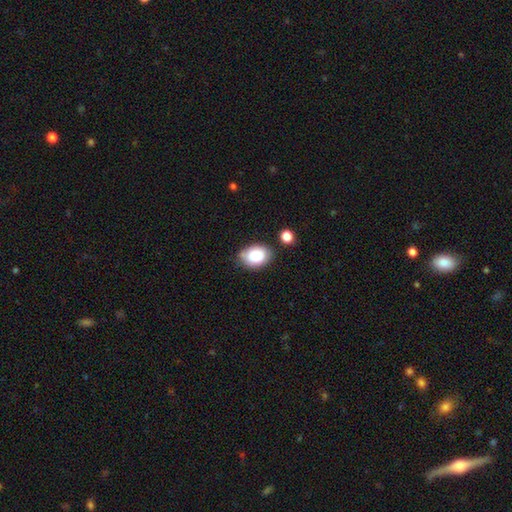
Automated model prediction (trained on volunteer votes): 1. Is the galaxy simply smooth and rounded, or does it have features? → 84% smooth, 8% featured or disk, 8% star or artifact.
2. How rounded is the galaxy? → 78% in between, 21% round, 1% cigar-shaped.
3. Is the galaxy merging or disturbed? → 73% none, 18% minor disturbance, 5% merger, 4% major disturbance.